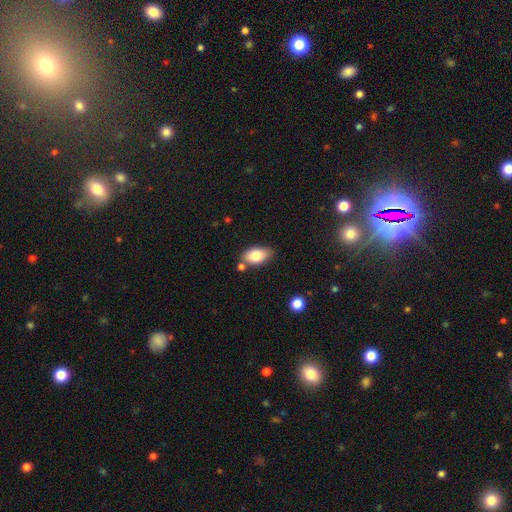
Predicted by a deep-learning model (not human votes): Smooth or featured: smooth — 81% (featured or disk — 12%)
How rounded: in between — 92% (round — 5%)
Merging: none — 72% (minor disturbance — 16%)